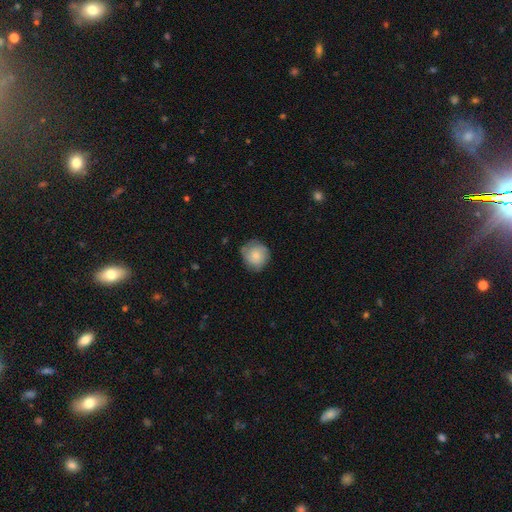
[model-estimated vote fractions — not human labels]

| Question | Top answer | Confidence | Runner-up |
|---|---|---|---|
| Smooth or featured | smooth | 68% | featured or disk (25%) |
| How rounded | round | 90% | in between (9%) |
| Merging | none | 73% | minor disturbance (21%) |